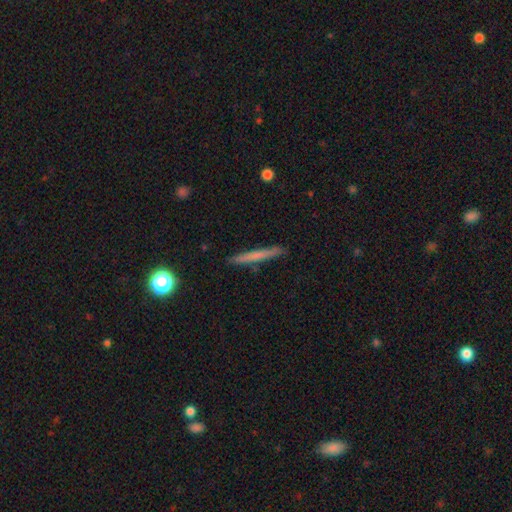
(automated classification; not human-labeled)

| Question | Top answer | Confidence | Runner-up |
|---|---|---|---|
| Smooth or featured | smooth | 61% | featured or disk (33%) |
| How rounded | cigar-shaped | 96% | in between (2%) |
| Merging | none | 91% | minor disturbance (7%) |